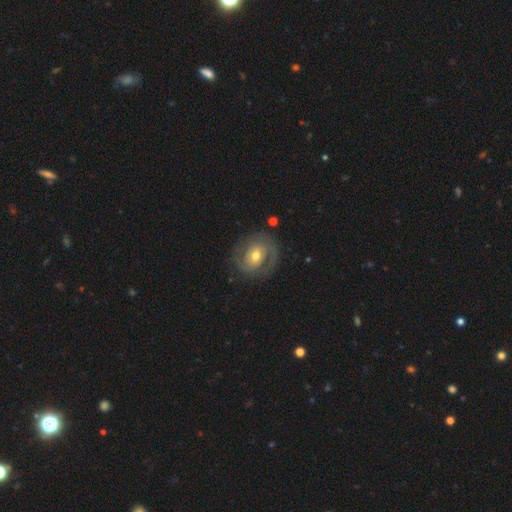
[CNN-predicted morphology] smooth-or-featured: featured or disk: 70% | smooth: 24% | star or artifact: 6%
  disk-edge-on: no: 97% | yes: 3%
    bar: no: 60% | weak: 29% | strong: 10%
    has-spiral-arms: yes: 76% | no: 24%
      spiral-winding: tight: 53% | medium: 34% | loose: 13%
      spiral-arm-count: 2: 66% | can't tell: 18% | 1: 8% | 3: 5% | 4: 2% | more than 4: 2%
    bulge-size: moderate: 69% | small: 23% | large: 6% | dominant: 1% | none: 1%
  merging: none: 77% | minor disturbance: 14% | major disturbance: 8% | merger: 2%